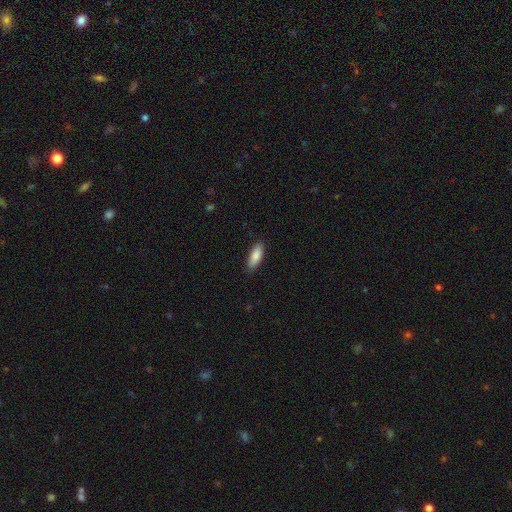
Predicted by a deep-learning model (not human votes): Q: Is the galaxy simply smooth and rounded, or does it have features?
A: smooth — 87%.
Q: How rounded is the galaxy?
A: in between — 68%.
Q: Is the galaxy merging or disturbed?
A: none — 87%.